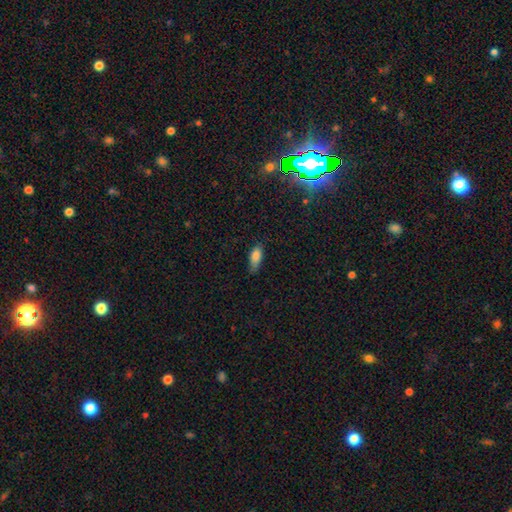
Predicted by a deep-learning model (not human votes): The model was most divided on "merging": none: 68%, minor disturbance: 26%, major disturbance: 5%, merger: 1%. More confident: smooth or featured — smooth (83%); how rounded — in between (81%).